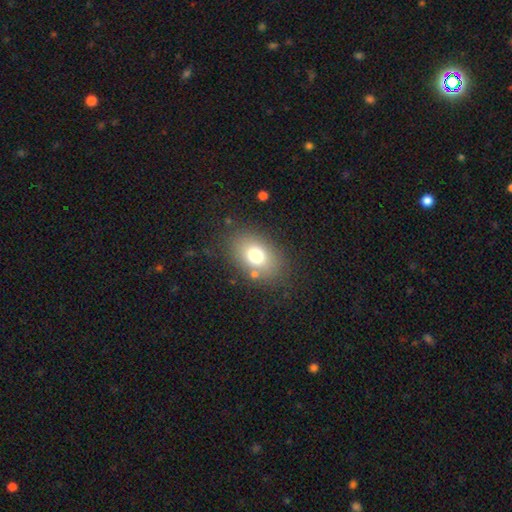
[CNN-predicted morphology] type=smooth (76%); roundness=in between (78%); merging=none (79%).